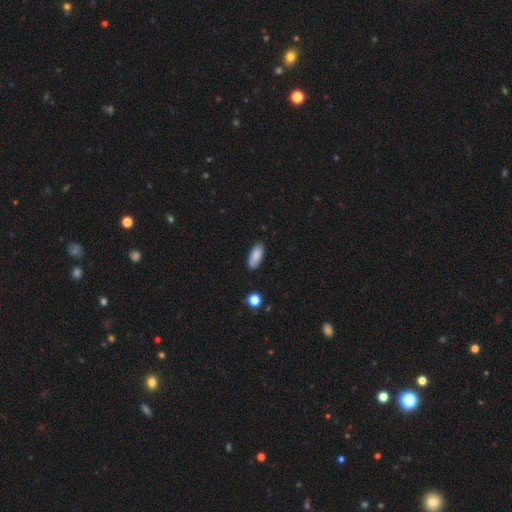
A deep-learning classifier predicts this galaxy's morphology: This is clearly a smooth galaxy (83%). How rounded: clearly in between (84%). Merging: likely none (78%).